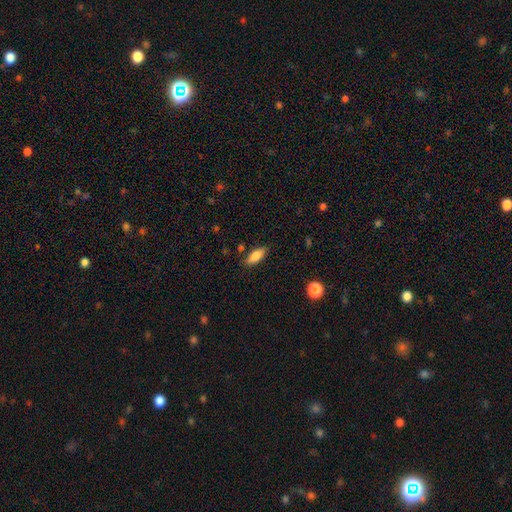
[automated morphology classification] Smooth or featured?
  - smooth: 80% *
  - featured or disk: 13%
  - star or artifact: 7%
How rounded?
  - in between: 76% *
  - cigar-shaped: 22%
  - round: 3%
Merging?
  - none: 83% *
  - minor disturbance: 12%
  - major disturbance: 3%
  - merger: 2%